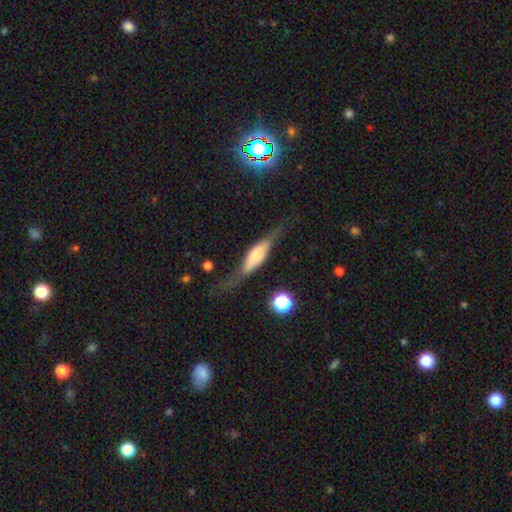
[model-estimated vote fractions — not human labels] Smooth or featured? featured or disk (51%)
Edge-on disk? yes (88%)
Merging? none (61%)